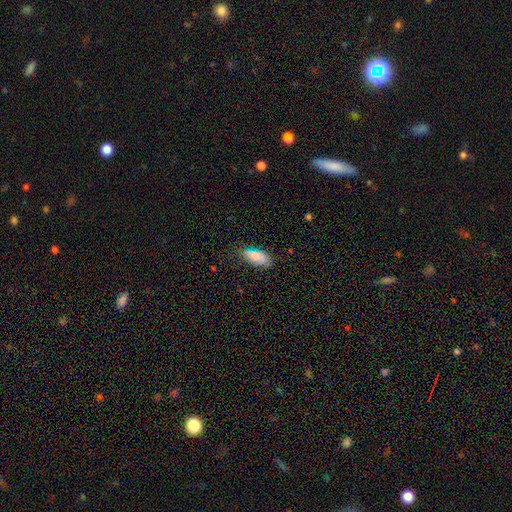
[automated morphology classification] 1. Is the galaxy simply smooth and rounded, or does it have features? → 84% smooth, 10% featured or disk, 7% star or artifact.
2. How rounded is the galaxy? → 87% in between, 11% cigar-shaped, 2% round.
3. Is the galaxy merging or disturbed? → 66% none, 26% minor disturbance, 6% major disturbance, 2% merger.